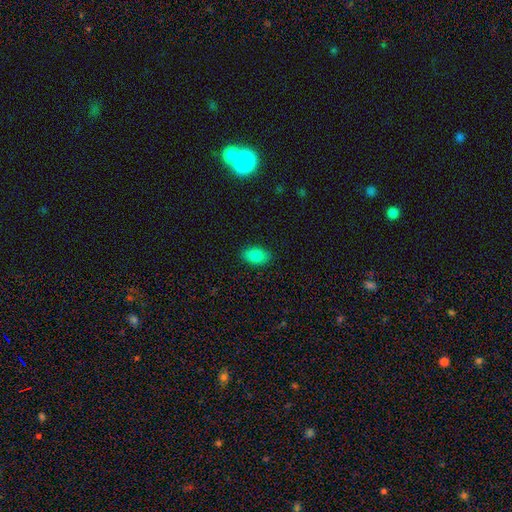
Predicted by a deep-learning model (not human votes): smooth-or-featured: smooth: 87% | star or artifact: 9% | featured or disk: 4%
  how-rounded: in between: 90% | round: 8% | cigar-shaped: 2%
  merging: none: 87% | minor disturbance: 9% | major disturbance: 2% | merger: 1%